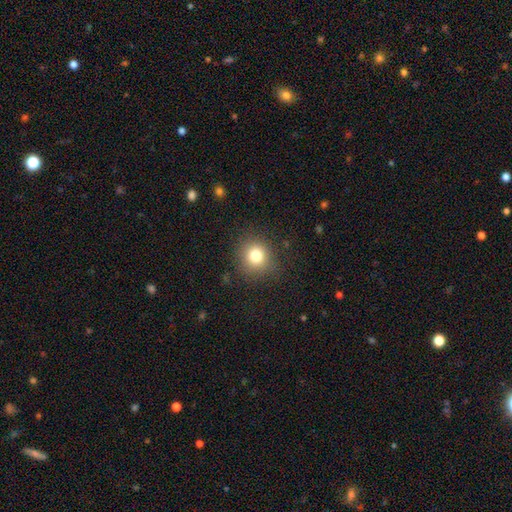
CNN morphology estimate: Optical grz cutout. It shows a smooth galaxy with no disk features (78%) that is round (88%). Merging: none (85%).